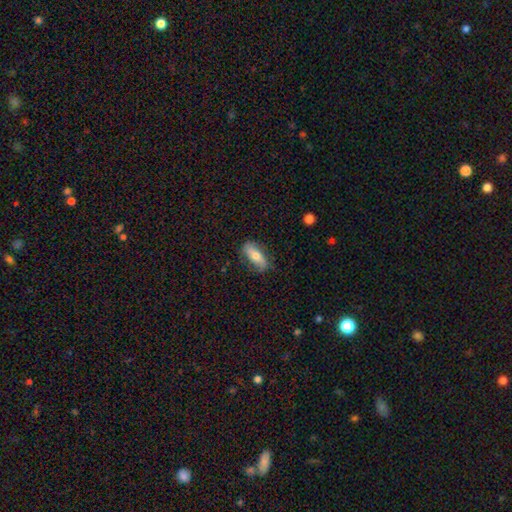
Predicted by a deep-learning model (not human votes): Smooth or featured? smooth (60%)
How rounded? in between (75%)
Merging? none (77%)